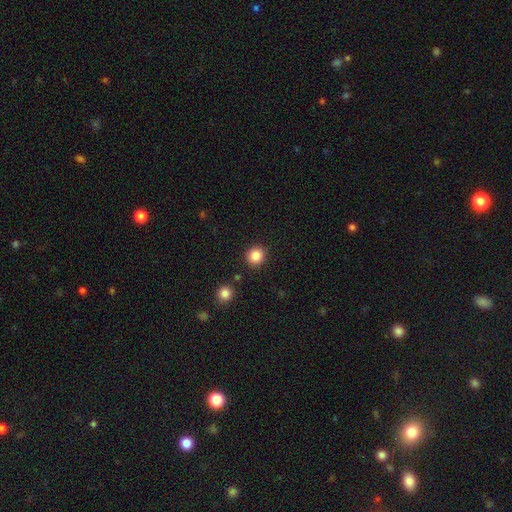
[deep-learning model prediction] Morphology: type=smooth (86%); roundness=round (90%); merging=none (90%).